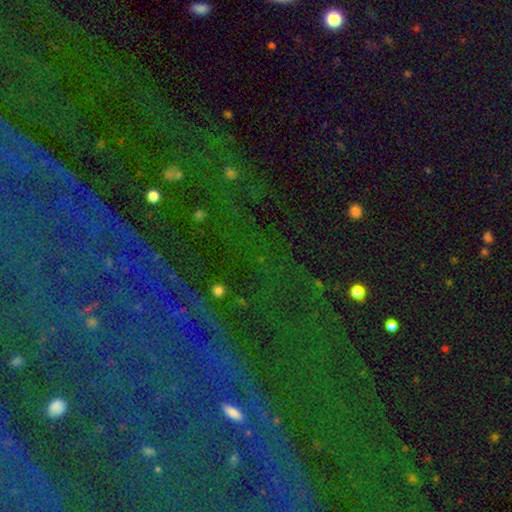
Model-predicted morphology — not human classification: This is clearly a star or artifact rather than a galaxy (81%).